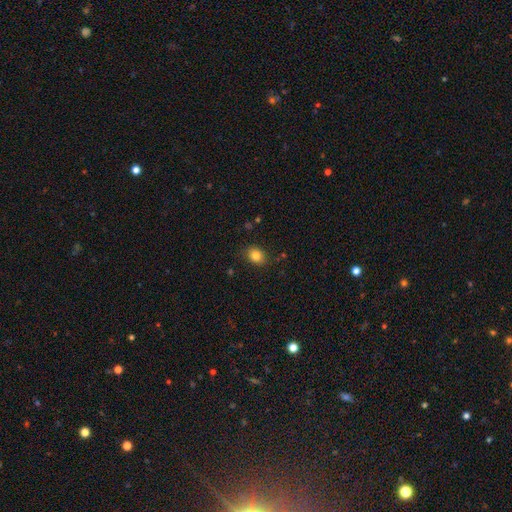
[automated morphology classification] A smooth galaxy with no disk features (82%) that is round (55%). Merging: none (84%).